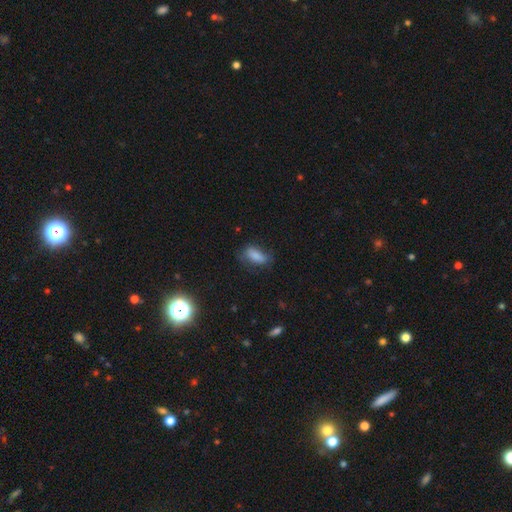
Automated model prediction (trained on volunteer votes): A smooth galaxy with no disk features (80%) that is in between round and cigar-shaped (84%).

Vote fractions:
- Smooth or featured? smooth: 80% / featured or disk: 11% / star or artifact: 9%
- How rounded? in between: 84% / cigar-shaped: 12% / round: 4%
- Merging? none: 57% / minor disturbance: 29% / major disturbance: 12% / merger: 2%